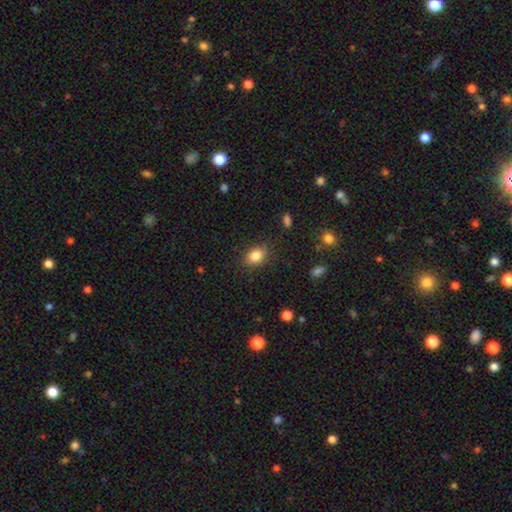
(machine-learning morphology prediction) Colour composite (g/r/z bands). It shows a smooth galaxy with no disk features (85%) that is in between round and cigar-shaped (66%). Merging: none (85%).